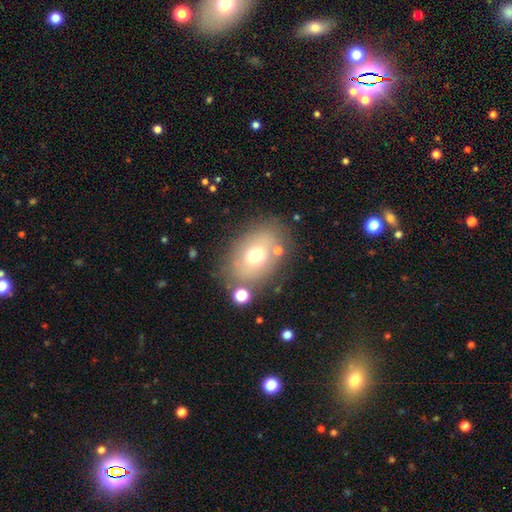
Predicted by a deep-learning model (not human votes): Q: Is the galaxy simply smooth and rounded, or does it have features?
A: smooth — 63%.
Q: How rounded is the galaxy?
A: in between — 76%.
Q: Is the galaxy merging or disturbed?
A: none — 74%.